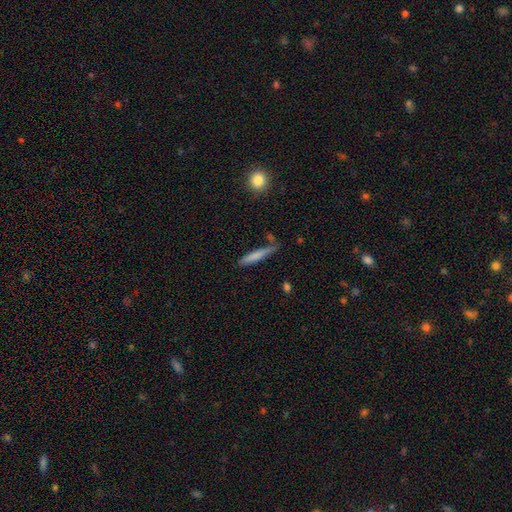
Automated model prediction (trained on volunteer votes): The model was most divided on "merging": none: 72%, minor disturbance: 19%, merger: 5%, major disturbance: 4%. More confident: how rounded — cigar-shaped (92%); smooth or featured — smooth (75%).